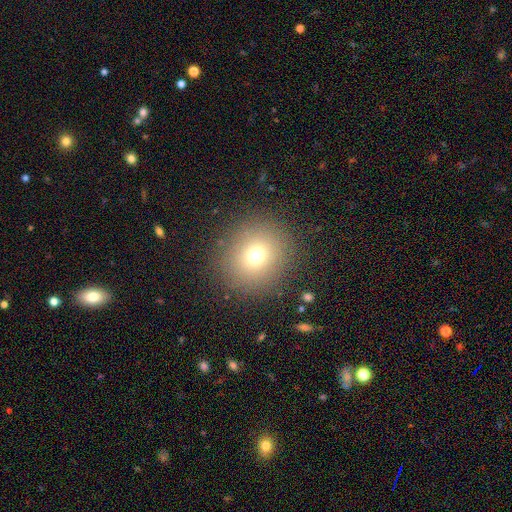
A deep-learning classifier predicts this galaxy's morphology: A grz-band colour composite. It shows a smooth galaxy with no disk features (70%) that is round (87%). Merging: none (88%).